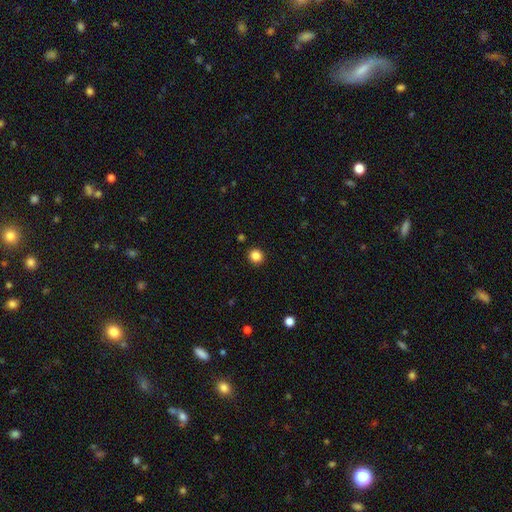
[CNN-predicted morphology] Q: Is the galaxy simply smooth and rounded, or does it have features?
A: smooth — 85%.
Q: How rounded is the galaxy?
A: round — 92%.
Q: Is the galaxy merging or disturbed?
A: none — 93%.